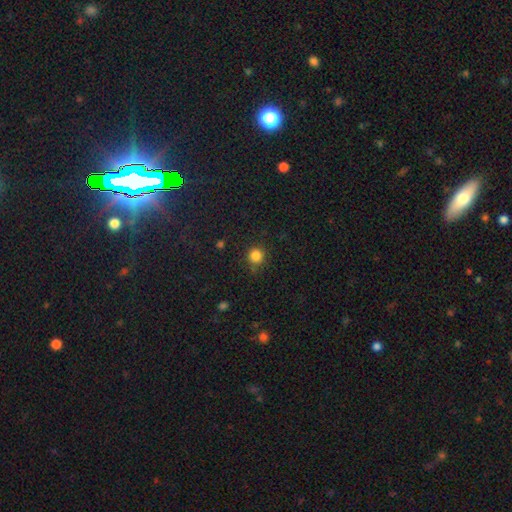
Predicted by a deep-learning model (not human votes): smooth_or_featured: smooth (p=0.84) [alt: star or artifact p=0.12]
how_rounded: round (p=0.93) [alt: in between p=0.06]
merging: none (p=0.85) [alt: minor disturbance p=0.10]